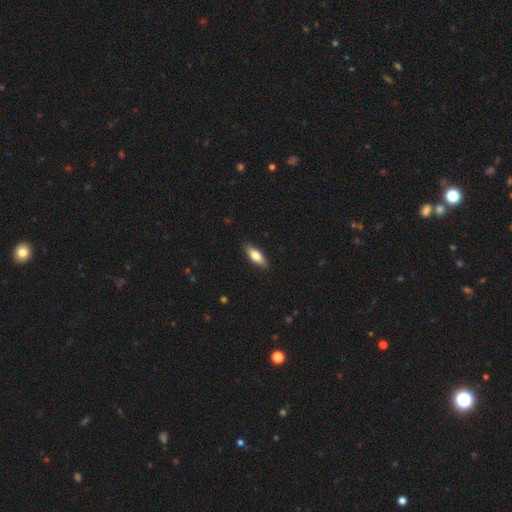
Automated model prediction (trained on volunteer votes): Q: Smooth or featured?
A: smooth (72%); runner-up: featured or disk (23%)
Q: How rounded?
A: in between (63%); runner-up: cigar-shaped (34%)
Q: Merging?
A: none (88%); runner-up: minor disturbance (9%)